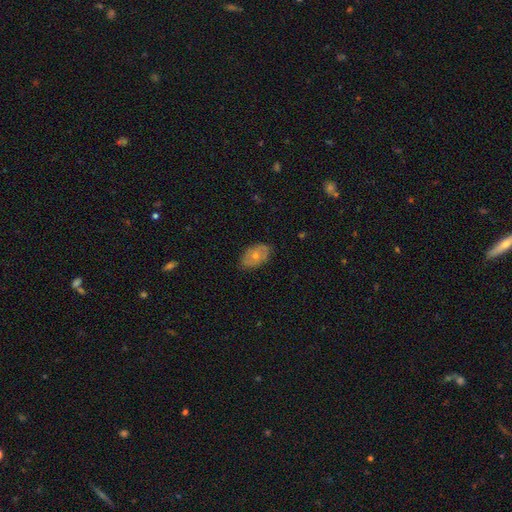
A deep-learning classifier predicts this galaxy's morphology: Smooth or featured: smooth — 62% (featured or disk — 32%)
How rounded: in between — 89% (round — 10%)
Merging: none — 79% (minor disturbance — 17%)